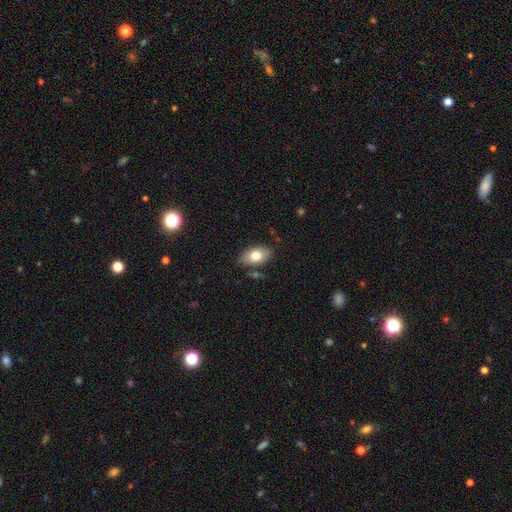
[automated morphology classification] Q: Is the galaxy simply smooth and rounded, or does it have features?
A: smooth — 78%.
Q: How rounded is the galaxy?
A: in between — 91%.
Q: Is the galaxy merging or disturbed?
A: none — 80%.